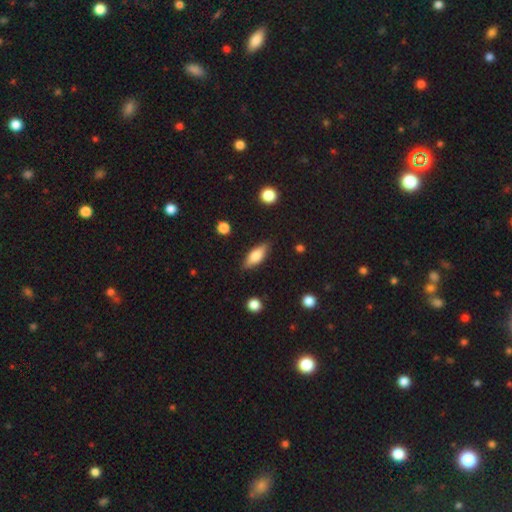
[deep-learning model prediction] Smooth or featured: smooth — 71% (featured or disk — 23%)
How rounded: in between — 67% (cigar-shaped — 31%)
Merging: none — 84% (minor disturbance — 12%)